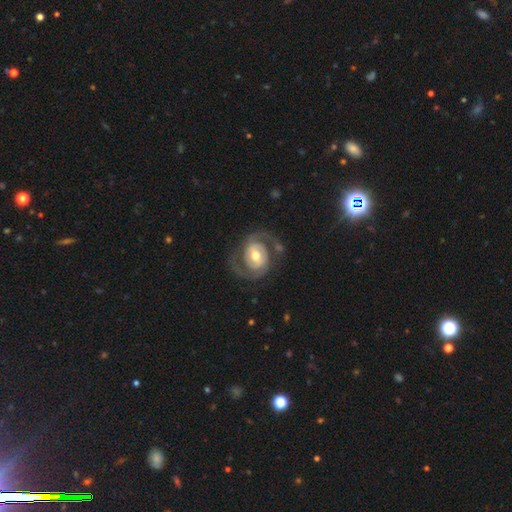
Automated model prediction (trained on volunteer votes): smooth-or-featured: featured or disk: 86% | smooth: 10% | star or artifact: 4%
  disk-edge-on: no: 98% | yes: 2%
    bar: weak: 42% | no: 38% | strong: 20%
    has-spiral-arms: yes: 93% | no: 7%
      spiral-winding: medium: 46% | tight: 37% | loose: 16%
      spiral-arm-count: 2: 90% | can't tell: 4% | 1: 2% | 3: 2% | 4: 1% | more than 4: 1%
    bulge-size: moderate: 73% | small: 12% | large: 12% | dominant: 1% | none: 1%
  merging: none: 73% | minor disturbance: 14% | major disturbance: 10% | merger: 2%